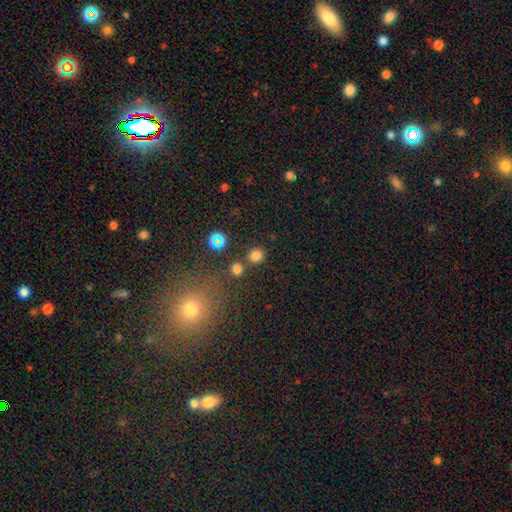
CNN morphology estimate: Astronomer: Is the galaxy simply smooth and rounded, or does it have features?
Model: smooth — 78%.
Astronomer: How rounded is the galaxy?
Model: round — 83%.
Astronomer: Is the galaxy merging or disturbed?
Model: none — 78%.